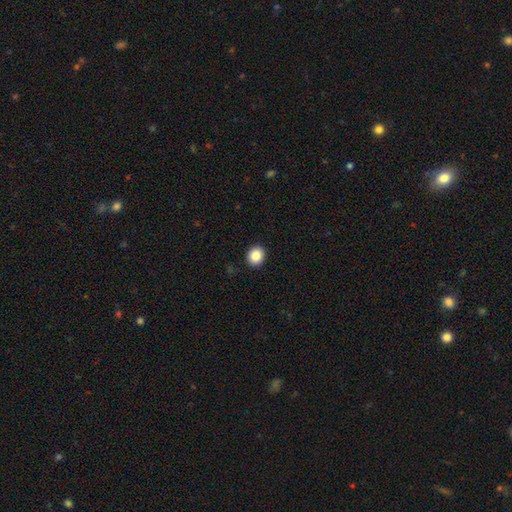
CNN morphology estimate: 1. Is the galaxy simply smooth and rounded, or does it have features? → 87% smooth, 9% star or artifact, 4% featured or disk.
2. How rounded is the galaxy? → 73% round, 27% in between, 1% cigar-shaped.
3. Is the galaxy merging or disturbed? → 91% none, 6% minor disturbance, 2% major disturbance, 1% merger.